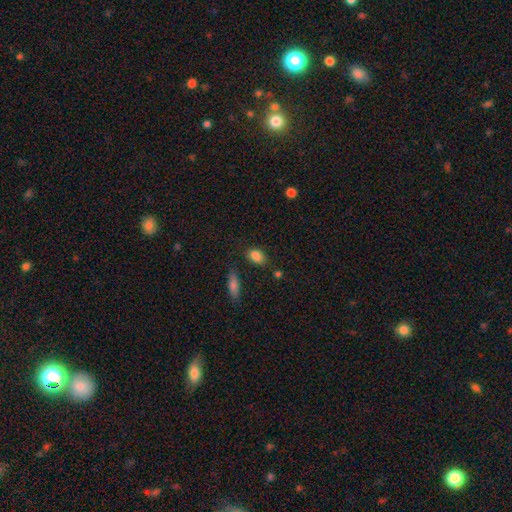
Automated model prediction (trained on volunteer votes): A smooth galaxy with no disk features (85%) that is in between round and cigar-shaped (82%). Merging: none (73%).